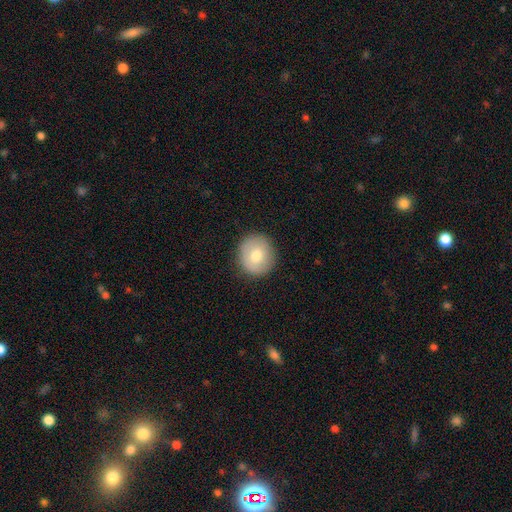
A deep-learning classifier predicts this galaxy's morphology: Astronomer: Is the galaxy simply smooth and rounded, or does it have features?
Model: smooth — 74%.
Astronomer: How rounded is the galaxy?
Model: round — 87%.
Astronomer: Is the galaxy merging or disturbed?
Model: none — 89%.